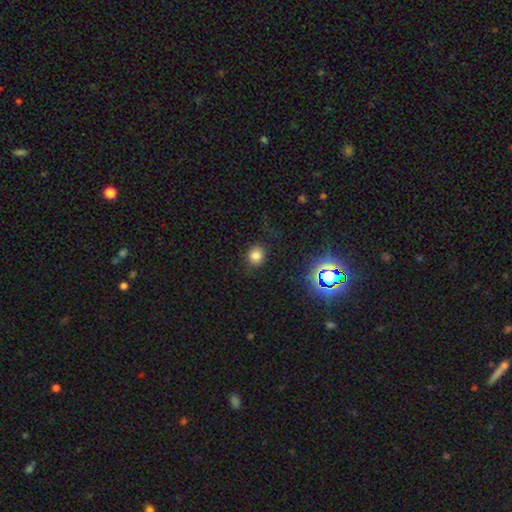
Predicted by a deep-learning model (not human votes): The model was most divided on "how rounded": round: 79%, in between: 20%, cigar-shaped: 1%. More confident: merging — none (84%); smooth or featured — smooth (77%).